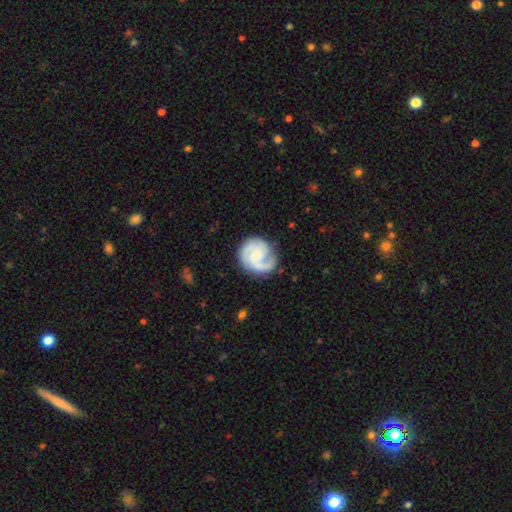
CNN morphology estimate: Q: Smooth or featured?
A: featured or disk (81%); runner-up: smooth (14%)
Q: Edge-on disk?
A: no (98%); runner-up: yes (2%)
Q: Bar?
A: no (60%); runner-up: weak (35%)
Q: Spiral arms?
A: yes (96%); runner-up: no (4%)
Q: Spiral winding?
A: medium (45%); runner-up: tight (39%)
Q: Spiral arm count?
A: 2 (56%); runner-up: 3 (17%)
Q: Bulge size?
A: small (53%); runner-up: moderate (31%)
Q: Merging?
A: none (72%); runner-up: minor disturbance (18%)